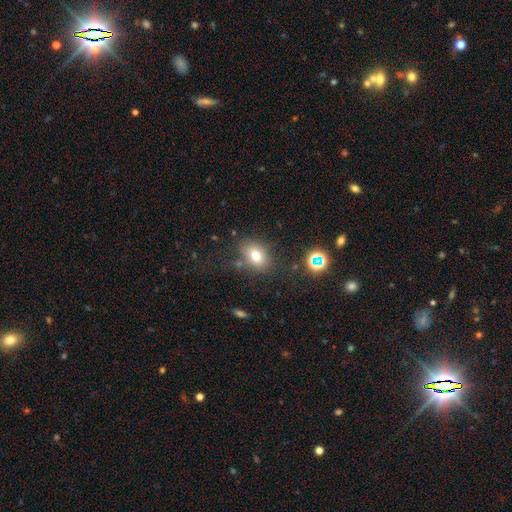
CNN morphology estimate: A smooth galaxy with no disk features (73%) that is in between round and cigar-shaped (65%).

Vote fractions:
- Smooth or featured? smooth: 73% / star or artifact: 14% / featured or disk: 13%
- How rounded? in between: 65% / round: 34% / cigar-shaped: 1%
- Merging? none: 74% / minor disturbance: 15% / major disturbance: 6% / merger: 6%